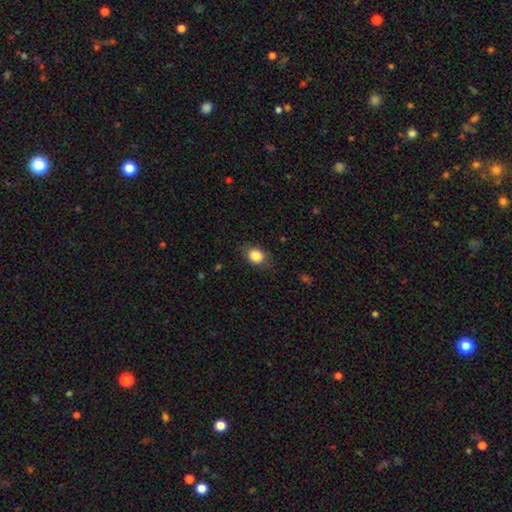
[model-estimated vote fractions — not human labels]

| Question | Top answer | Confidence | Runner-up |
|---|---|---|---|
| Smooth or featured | smooth | 84% | star or artifact (9%) |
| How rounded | round | 50% | in between (49%) |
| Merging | none | 77% | minor disturbance (17%) |